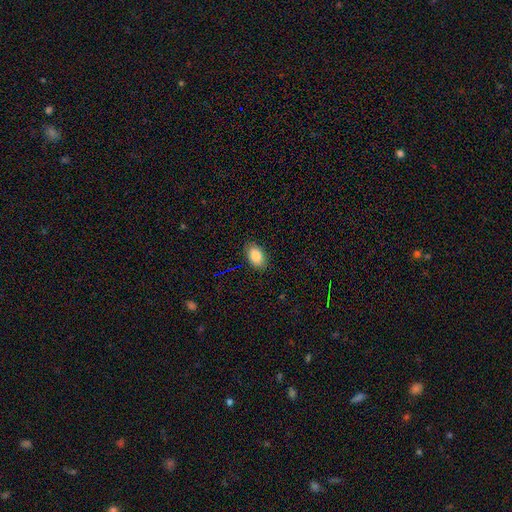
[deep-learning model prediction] Smooth or featured? Predicted: smooth (p=0.86). How rounded? Predicted: in between (p=0.90). Merging? Predicted: none (p=0.86).